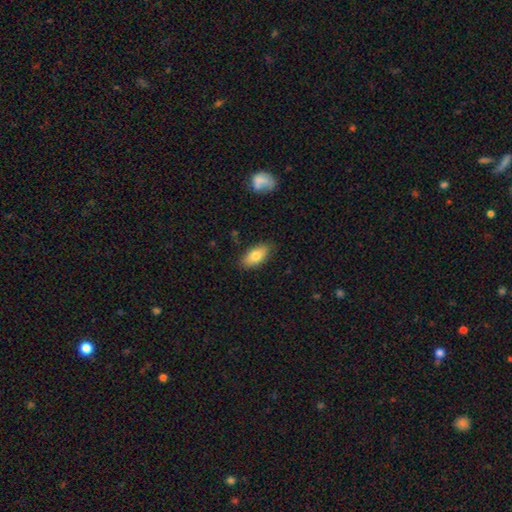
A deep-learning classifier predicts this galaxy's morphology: smooth-or-featured: smooth: 80% | featured or disk: 13% | star or artifact: 7%
  how-rounded: in between: 91% | cigar-shaped: 5% | round: 4%
  merging: none: 84% | minor disturbance: 12% | major disturbance: 2% | merger: 1%